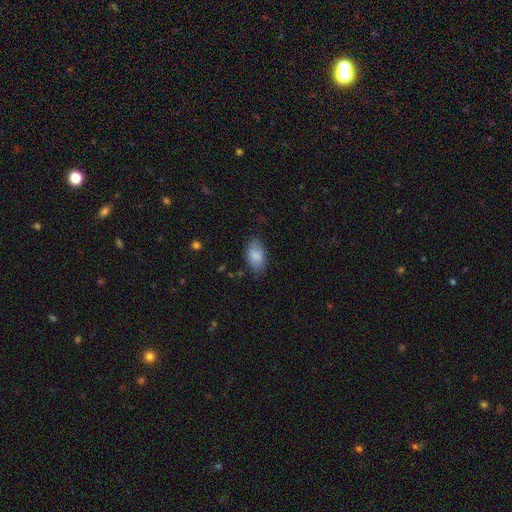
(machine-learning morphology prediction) smooth_or_featured: smooth (p=0.86) [alt: featured or disk p=0.07]
how_rounded: in between (p=0.94) [alt: round p=0.04]
merging: none (p=0.80) [alt: minor disturbance p=0.15]